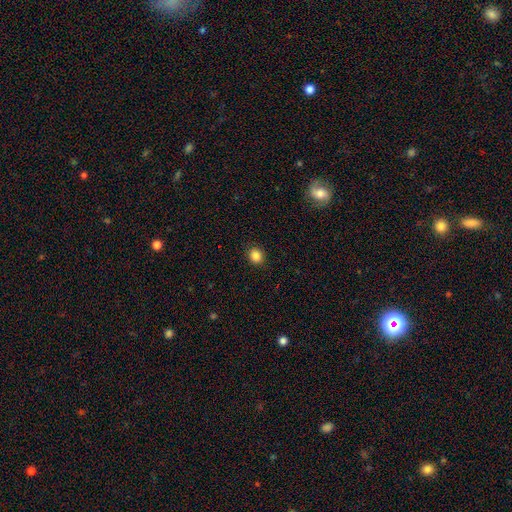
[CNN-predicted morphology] smooth 86%, star or artifact 11%, featured or disk 3%. Down the decision tree: how rounded — round (75%); merging — none (91%).